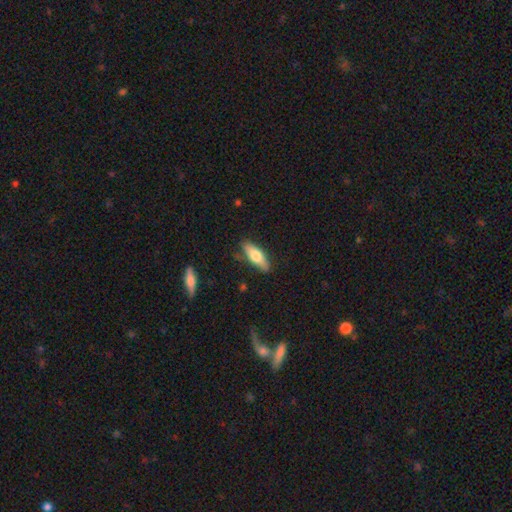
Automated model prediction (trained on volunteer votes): The model was most divided on "how rounded": in between: 56%, cigar-shaped: 42%, round: 2%. More confident: merging — none (82%); smooth or featured — smooth (65%).